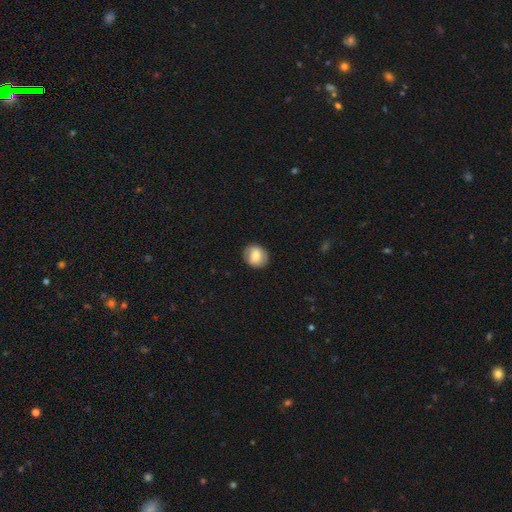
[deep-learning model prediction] Morphology: type=smooth (74%); roundness=round (78%); merging=none (86%).